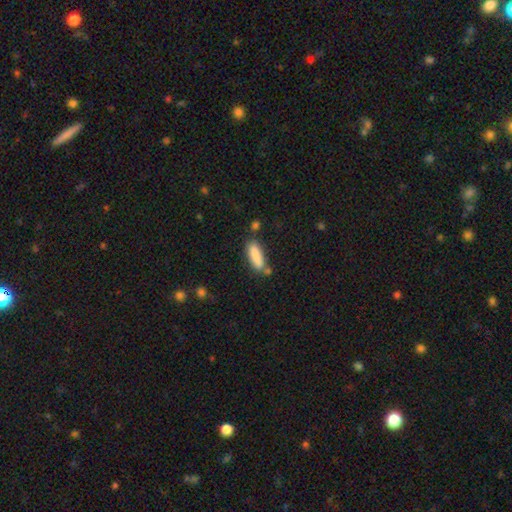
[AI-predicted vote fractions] This is clearly a smooth galaxy (85%). How rounded: possibly in between (51%). Merging: likely none (67%).